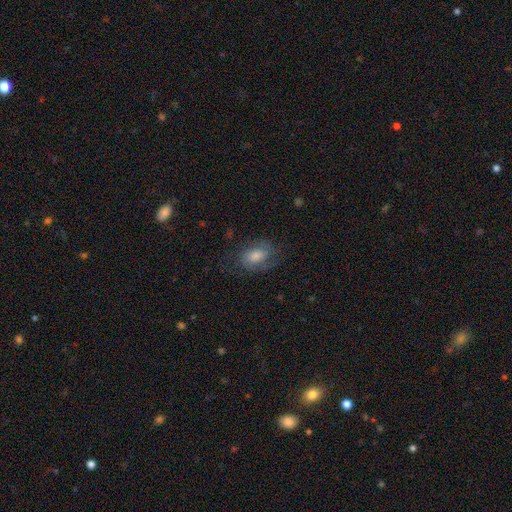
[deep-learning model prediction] A featured or disk galaxy (55%) with no bar (55%), spiral arms (86%) and a moderate central bulge (44%). Merging: none (67%).